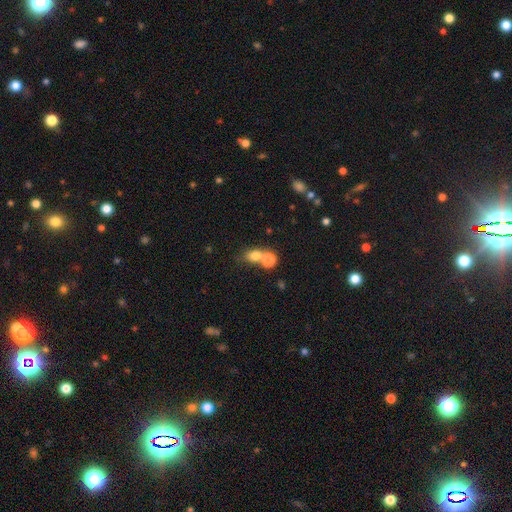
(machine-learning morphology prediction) A smooth galaxy with no disk features (76%) that is round (56%).

Vote fractions:
- Smooth or featured? smooth: 76% / star or artifact: 13% / featured or disk: 11%
- How rounded? round: 56% / in between: 42% / cigar-shaped: 2%
- Merging? merger: 48% / none: 40% / minor disturbance: 8% / major disturbance: 4%